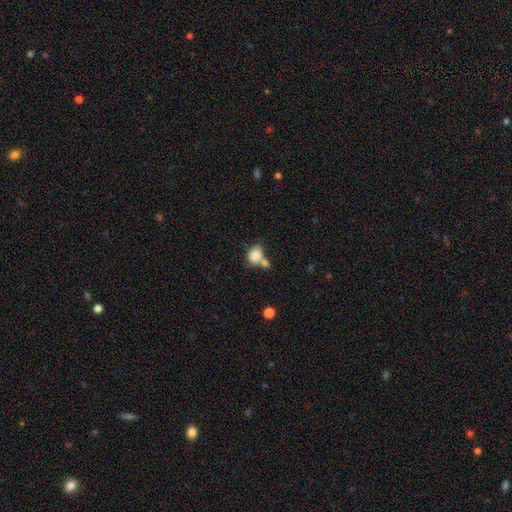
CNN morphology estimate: smooth_or_featured: smooth (p=0.83) [alt: star or artifact p=0.08]
how_rounded: in between (p=0.67) [alt: round p=0.32]
merging: merger (p=0.43) [alt: none p=0.38]